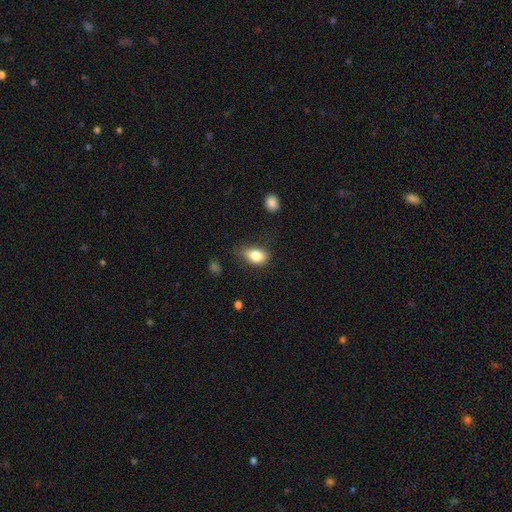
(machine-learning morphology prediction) Overall: smooth (81%). How rounded: in between (85%). Merging: none (62%; minor disturbance 28%).